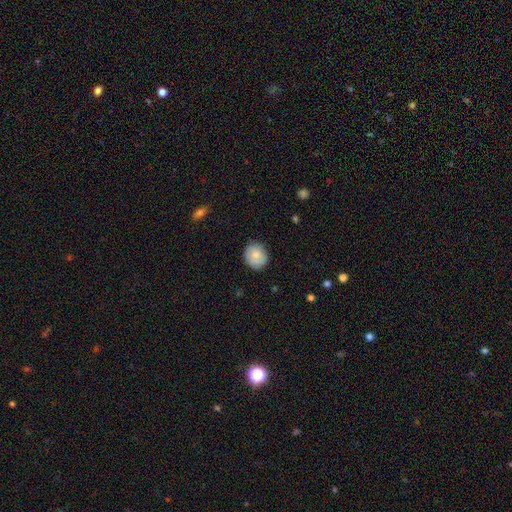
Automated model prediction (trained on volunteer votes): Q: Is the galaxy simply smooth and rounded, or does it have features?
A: smooth — 83%.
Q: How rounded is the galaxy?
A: round — 82%.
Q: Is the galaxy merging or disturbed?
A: none — 86%.